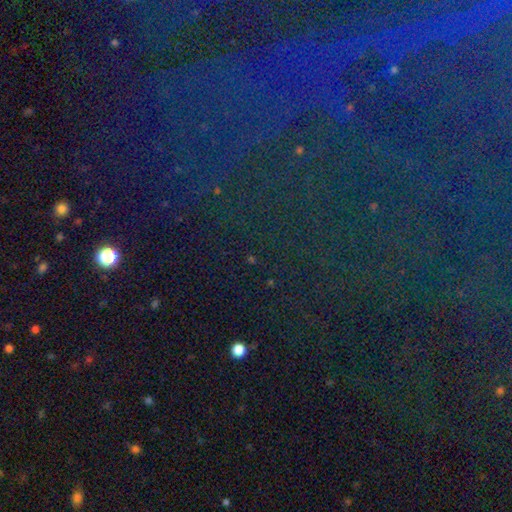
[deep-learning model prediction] This appears to be a star or artifact, not a galaxy (81%).